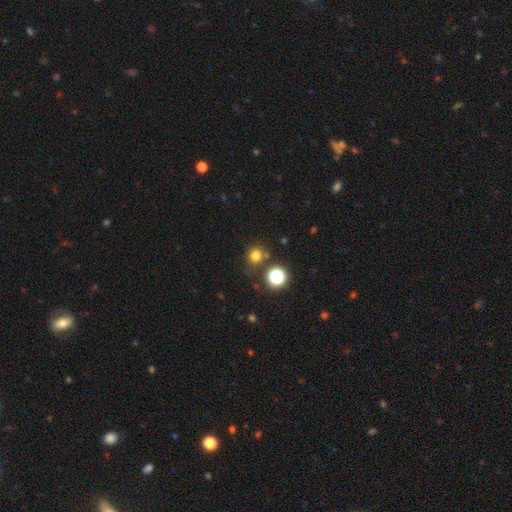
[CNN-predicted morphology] This is likely a smooth galaxy (75%). How rounded: clearly round (90%). Merging: likely none (79%).